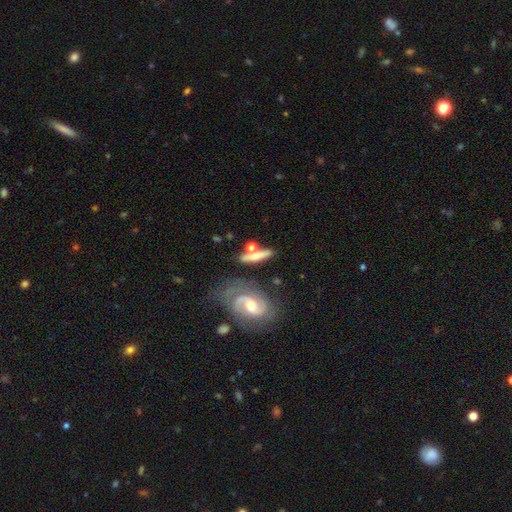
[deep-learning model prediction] Smooth or featured? Predicted: featured or disk (p=0.50). Merging? Predicted: none (p=0.54).